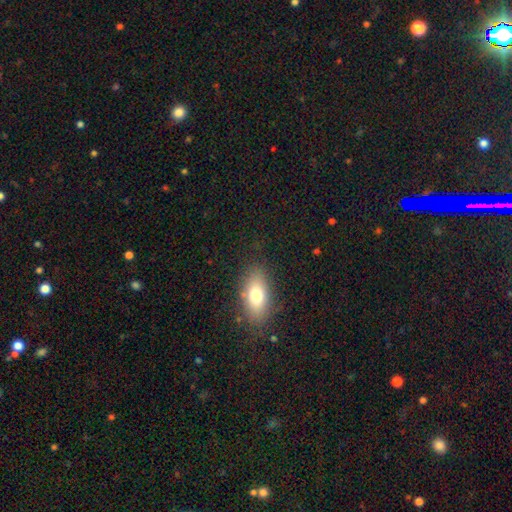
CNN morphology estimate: A smooth galaxy with no disk features (70%) that is in between round and cigar-shaped (85%).

Vote fractions:
- Smooth or featured? smooth: 70% / featured or disk: 17% / star or artifact: 14%
- How rounded? in between: 85% / cigar-shaped: 8% / round: 7%
- Merging? none: 87% / minor disturbance: 9% / major disturbance: 3% / merger: 1%